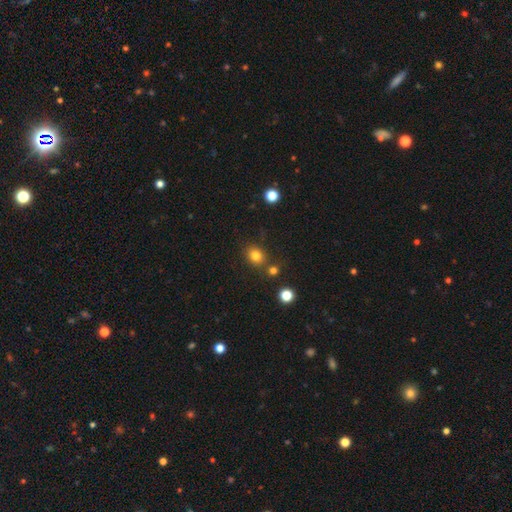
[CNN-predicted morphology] A smooth galaxy with no disk features (80%) that is round (64%). Merging: none (76%).